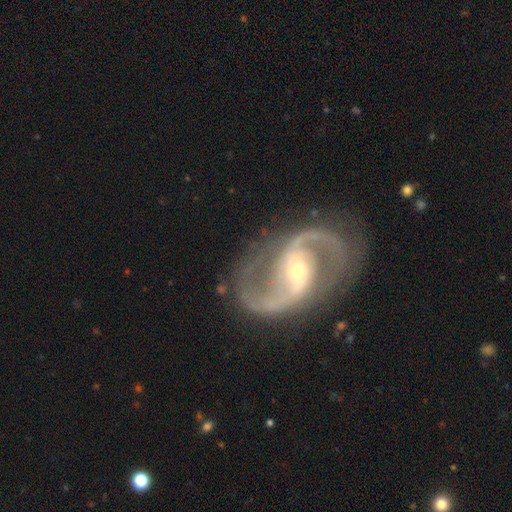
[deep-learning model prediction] The model was most divided on "bar": weak: 38%, no: 31%, strong: 31%. More confident: spiral arms — yes (98%); edge-on disk — no (98%); spiral arm count — 2 (94%); smooth or featured — featured or disk (93%); merging — none (80%); bulge size — small (61%); spiral winding — medium (56%).